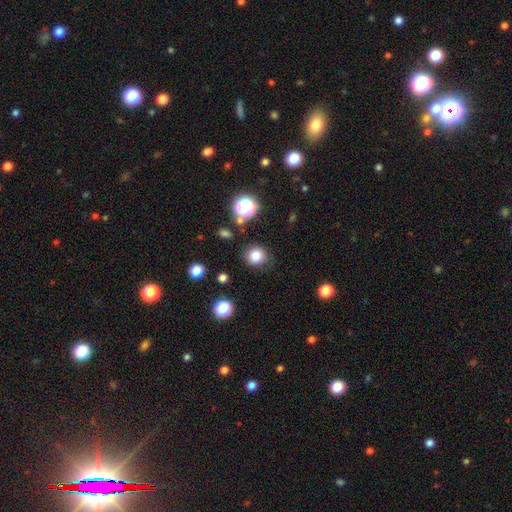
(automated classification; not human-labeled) smooth-or-featured: smooth: 81% | star or artifact: 14% | featured or disk: 5%
  how-rounded: round: 87% | in between: 12% | cigar-shaped: 1%
  merging: none: 83% | minor disturbance: 11% | major disturbance: 4% | merger: 3%